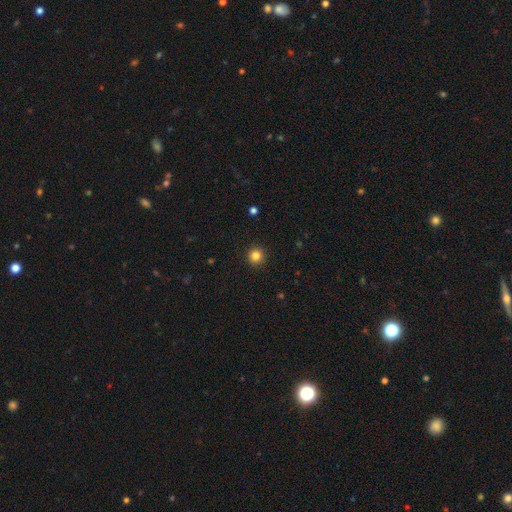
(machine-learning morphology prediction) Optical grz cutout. It shows a smooth galaxy with no disk features (83%) that is round (95%). Merging: none (93%).